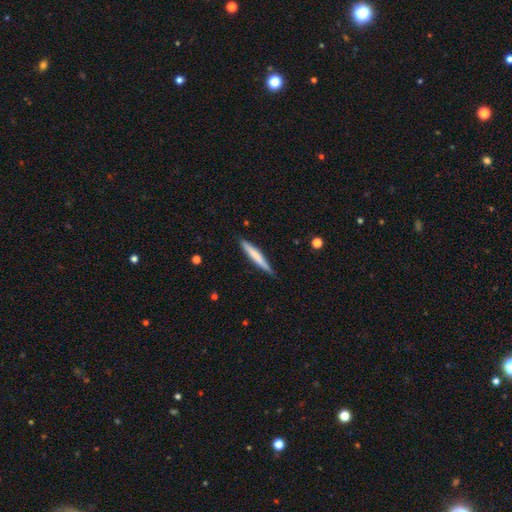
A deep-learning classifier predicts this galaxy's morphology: Smooth or featured?
  - smooth: 65% *
  - featured or disk: 30%
  - star or artifact: 5%
How rounded?
  - cigar-shaped: 95% *
  - in between: 4%
  - round: 1%
Merging?
  - none: 82% *
  - minor disturbance: 15%
  - major disturbance: 2%
  - merger: 1%